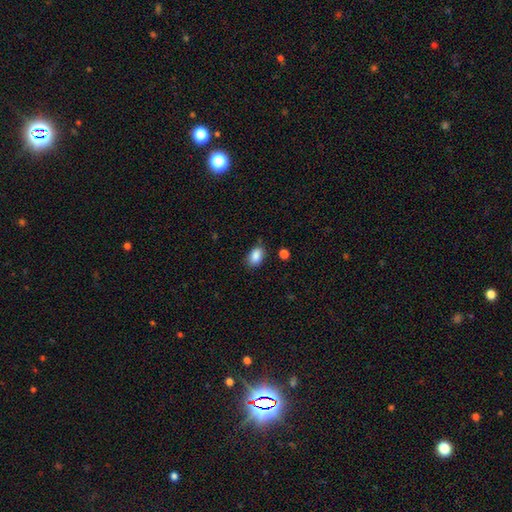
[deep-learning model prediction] Smooth or featured?
  - smooth: 88% *
  - star or artifact: 8%
  - featured or disk: 4%
How rounded?
  - in between: 88% *
  - round: 10%
  - cigar-shaped: 1%
Merging?
  - none: 81% *
  - minor disturbance: 14%
  - major disturbance: 3%
  - merger: 3%